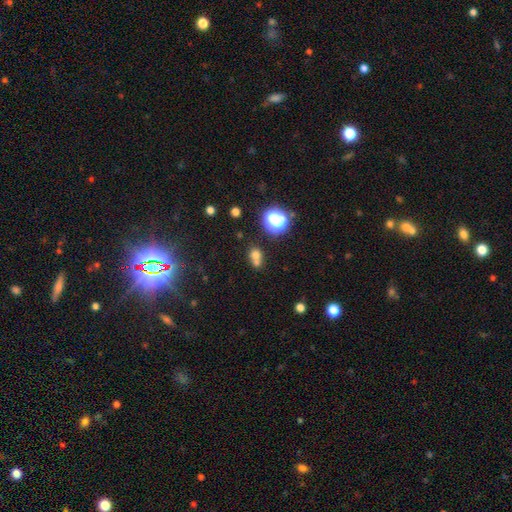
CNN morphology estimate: Smooth or featured?
  - smooth: 67% *
  - star or artifact: 21%
  - featured or disk: 13%
How rounded?
  - round: 73% *
  - in between: 26%
  - cigar-shaped: 1%
Merging?
  - merger: 49% *
  - none: 40%
  - minor disturbance: 8%
  - major disturbance: 4%